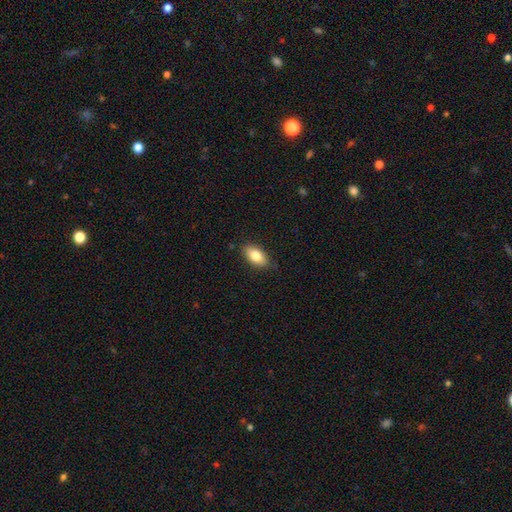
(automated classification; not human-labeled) Smooth or featured?
  - smooth: 81% *
  - featured or disk: 12%
  - star or artifact: 7%
How rounded?
  - in between: 91% *
  - cigar-shaped: 5%
  - round: 4%
Merging?
  - none: 84% *
  - minor disturbance: 13%
  - major disturbance: 2%
  - merger: 1%